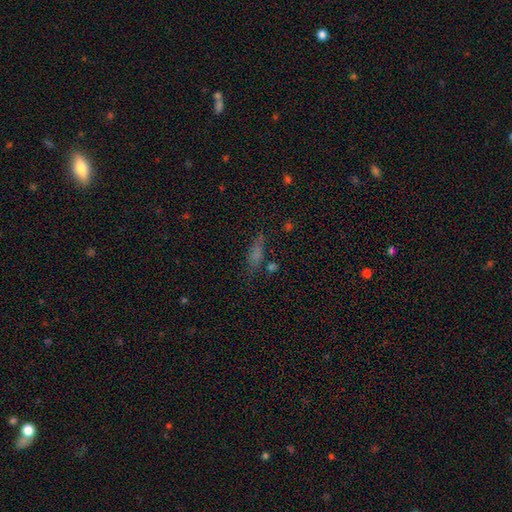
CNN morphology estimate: smooth 61%, star or artifact 24%, featured or disk 15%. Down the decision tree: how rounded — in between (49%); merging — none (64%).